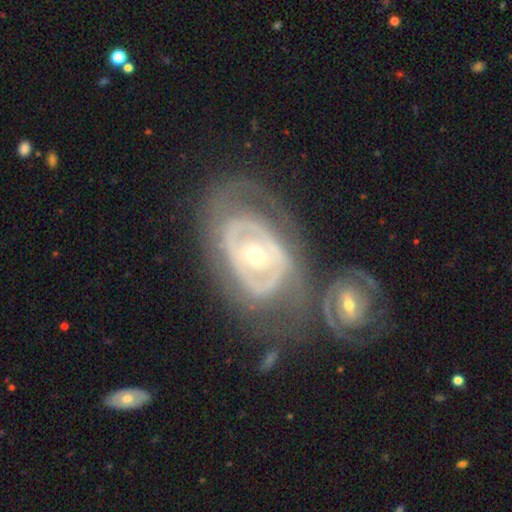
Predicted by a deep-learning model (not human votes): Smooth or featured? featured or disk (80%)
Edge-on disk? no (95%)
Bar? no (66%)
Spiral arms? yes (57%)
Bulge size? moderate (48%)
Merging? none (49%)